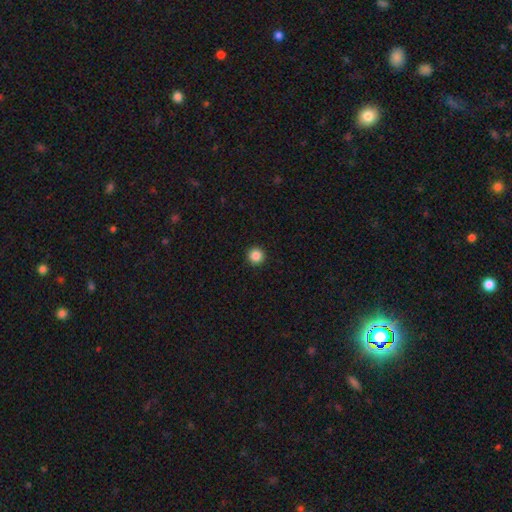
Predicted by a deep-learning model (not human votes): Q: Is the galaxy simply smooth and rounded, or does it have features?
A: smooth — 86%.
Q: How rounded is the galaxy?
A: round — 96%.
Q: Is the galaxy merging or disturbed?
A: none — 94%.